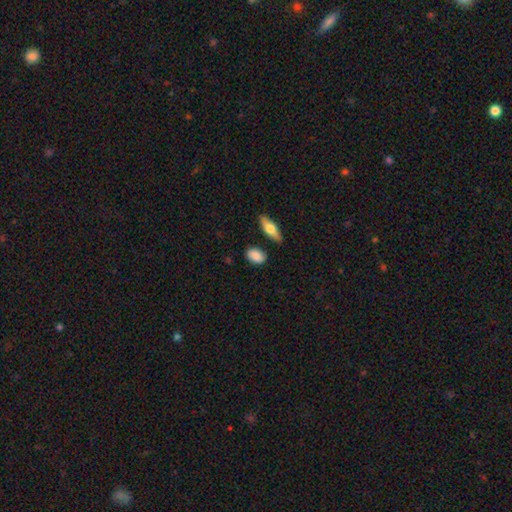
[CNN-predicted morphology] smooth_or_featured: smooth (p=0.86) [alt: featured or disk p=0.08]
how_rounded: in between (p=0.86) [alt: round p=0.11]
merging: none (p=0.80) [alt: minor disturbance p=0.14]